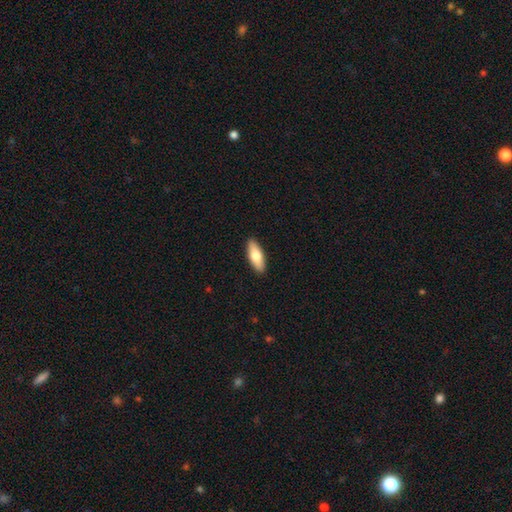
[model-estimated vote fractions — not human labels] Smooth or featured? Predicted: smooth (p=0.71). How rounded? Predicted: in between (p=0.65). Merging? Predicted: none (p=0.91).